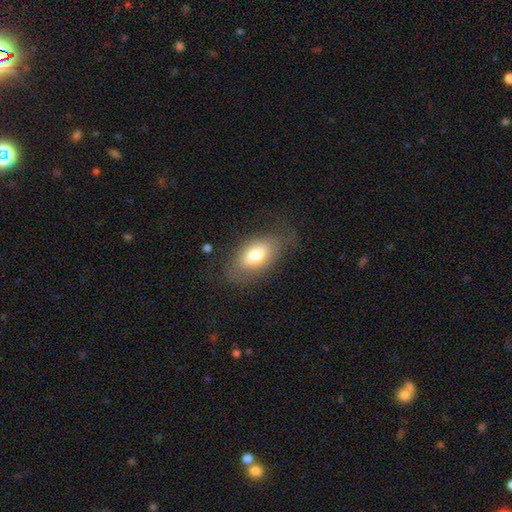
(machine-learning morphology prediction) smooth_or_featured: smooth (p=0.73) [alt: featured or disk p=0.20]
how_rounded: in between (p=0.91) [alt: round p=0.05]
merging: none (p=0.67) [alt: minor disturbance p=0.20]